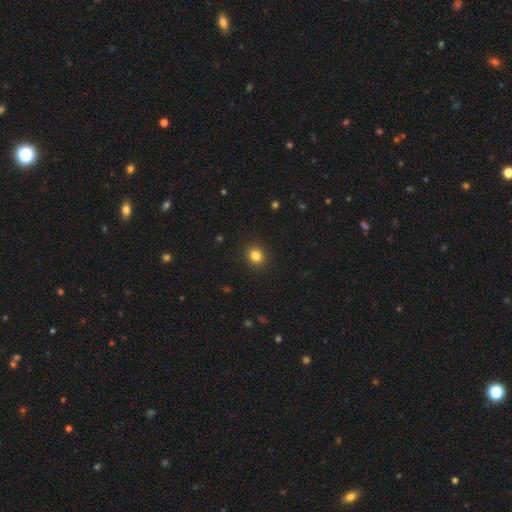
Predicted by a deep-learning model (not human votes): A smooth galaxy with no disk features (83%) that is round (78%). Merging: none (91%).